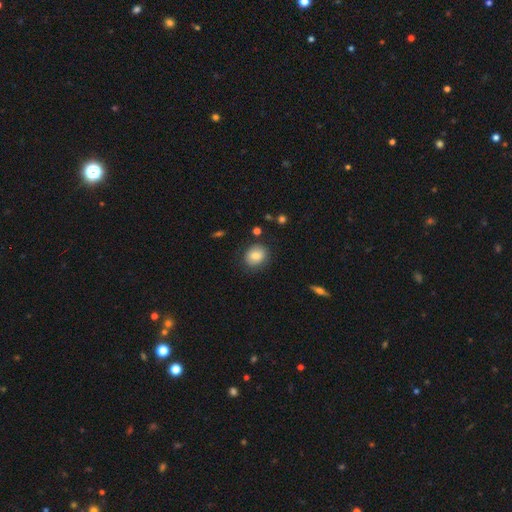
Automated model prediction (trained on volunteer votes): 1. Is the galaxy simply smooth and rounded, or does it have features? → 81% smooth, 10% featured or disk, 9% star or artifact.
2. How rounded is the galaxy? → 61% round, 38% in between, 1% cigar-shaped.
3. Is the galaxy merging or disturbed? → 83% none, 12% minor disturbance, 3% major disturbance, 2% merger.